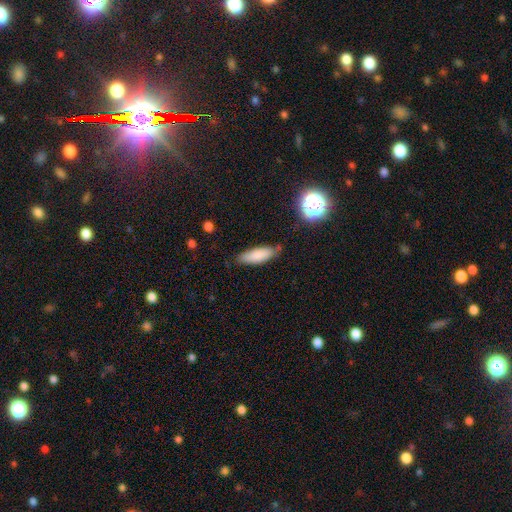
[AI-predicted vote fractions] Smooth or featured? Predicted: smooth (p=0.83). How rounded? Predicted: in between (p=0.56). Merging? Predicted: none (p=0.74).